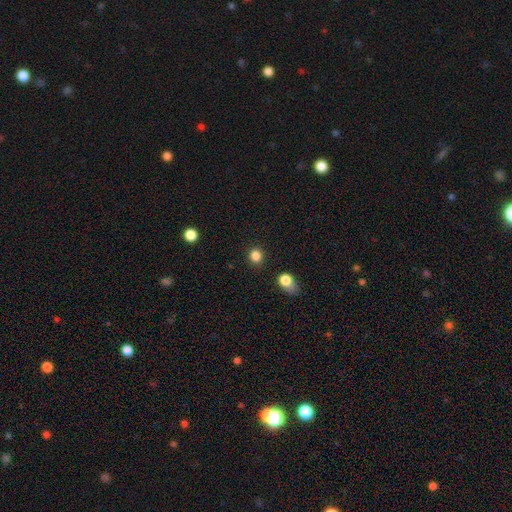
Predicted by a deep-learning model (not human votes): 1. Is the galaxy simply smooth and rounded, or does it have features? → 85% smooth, 11% star or artifact, 4% featured or disk.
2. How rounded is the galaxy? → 84% round, 15% in between, 1% cigar-shaped.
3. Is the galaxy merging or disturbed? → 88% none, 7% minor disturbance, 3% merger, 3% major disturbance.